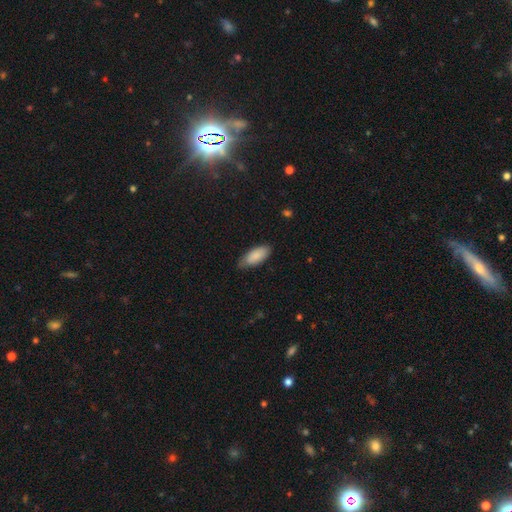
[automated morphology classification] Smooth or featured: smooth — 87% (featured or disk — 7%)
How rounded: in between — 85% (cigar-shaped — 13%)
Merging: none — 72% (minor disturbance — 23%)